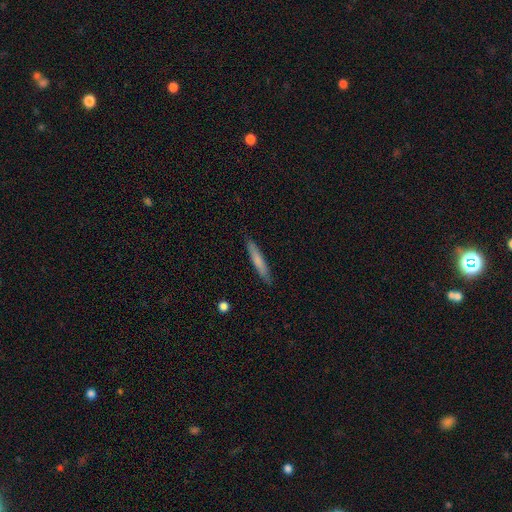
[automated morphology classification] This is likely a smooth galaxy (67%). How rounded: clearly cigar-shaped (95%). Merging: clearly none (90%).